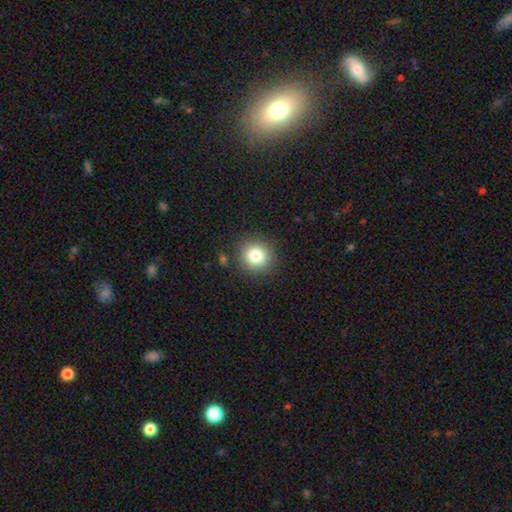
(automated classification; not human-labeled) A smooth galaxy with no disk features (81%) that is round (93%).

Vote fractions:
- Smooth or featured? smooth: 81% / star or artifact: 12% / featured or disk: 8%
- How rounded? round: 93% / in between: 6% / cigar-shaped: 1%
- Merging? none: 88% / minor disturbance: 7% / major disturbance: 3% / merger: 2%